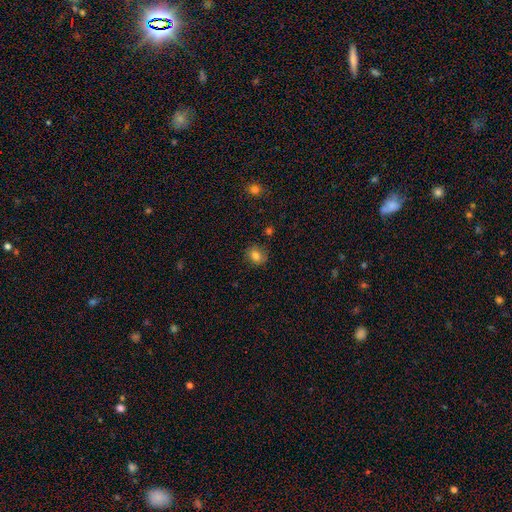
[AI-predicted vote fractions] smooth-or-featured: smooth: 79% | star or artifact: 11% | featured or disk: 9%
  how-rounded: round: 63% | in between: 36% | cigar-shaped: 1%
  merging: none: 80% | minor disturbance: 15% | major disturbance: 4% | merger: 2%